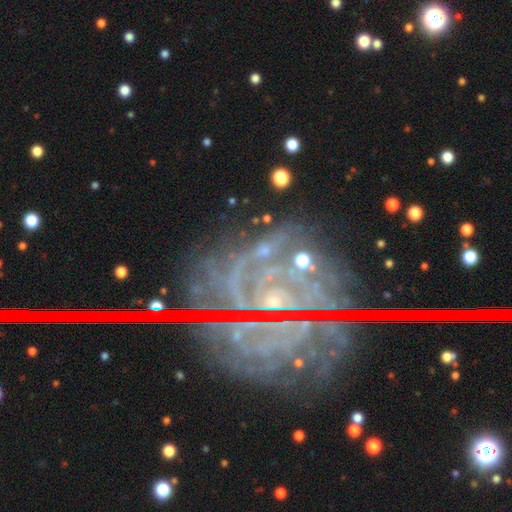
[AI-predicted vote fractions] Smooth or featured: featured or disk — 47% (star or artifact — 43%)
Merging: none — 65% (major disturbance — 15%)